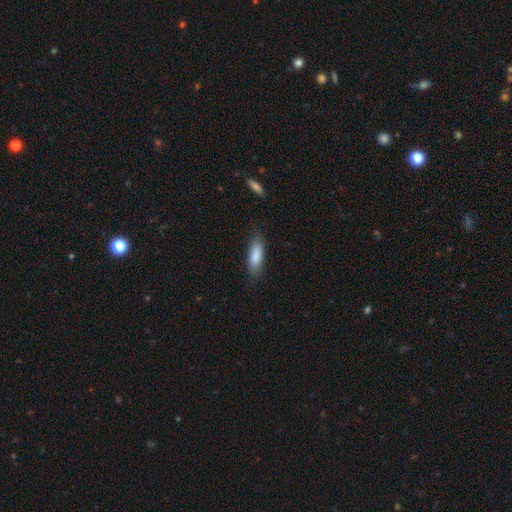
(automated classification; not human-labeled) Q: Smooth or featured?
A: smooth (86%); runner-up: featured or disk (8%)
Q: How rounded?
A: in between (58%); runner-up: cigar-shaped (40%)
Q: Merging?
A: none (80%); runner-up: minor disturbance (15%)